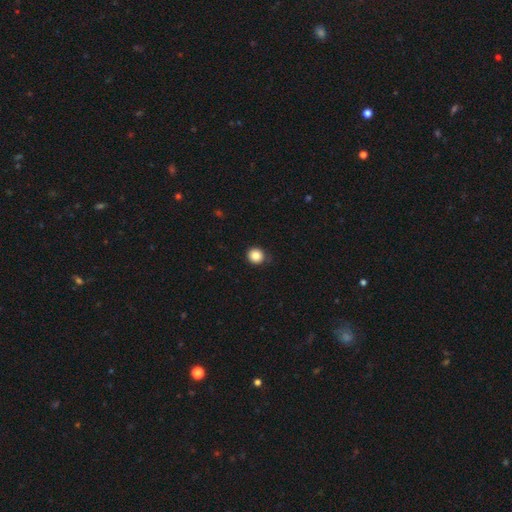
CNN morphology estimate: type=smooth (85%); roundness=round (90%); merging=none (83%).